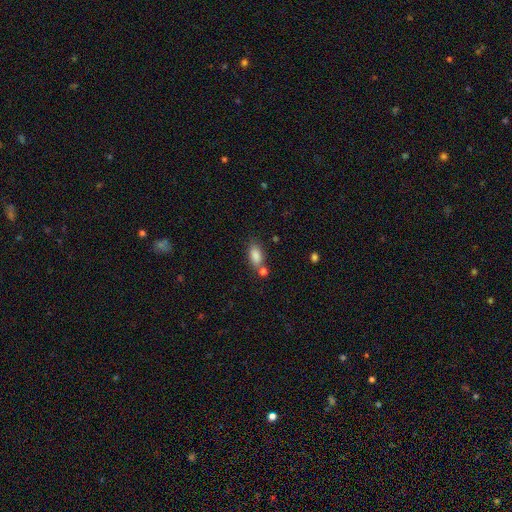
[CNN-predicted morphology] This is clearly a smooth galaxy (85%). How rounded: clearly in between (87%). Merging: likely none (62%).